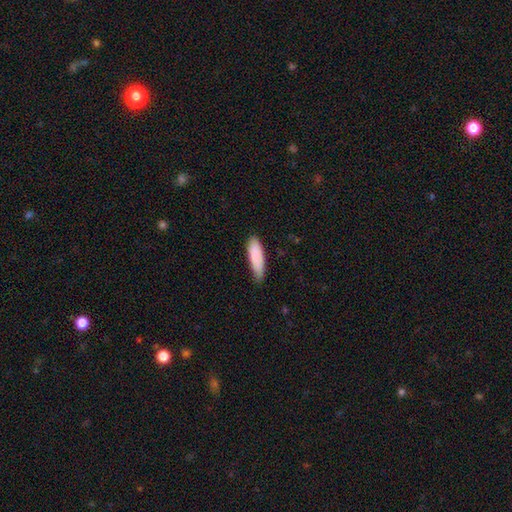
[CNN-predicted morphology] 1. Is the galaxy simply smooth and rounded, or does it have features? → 86% smooth, 8% featured or disk, 6% star or artifact.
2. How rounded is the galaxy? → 53% cigar-shaped, 45% in between, 1% round.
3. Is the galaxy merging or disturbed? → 69% none, 26% minor disturbance, 3% major disturbance, 1% merger.